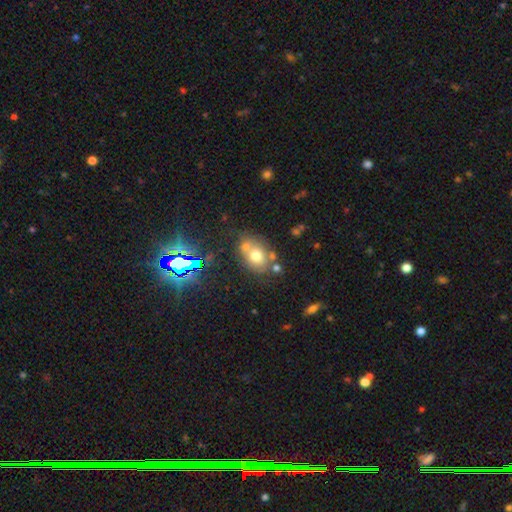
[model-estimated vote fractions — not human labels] Smooth or featured?
  - smooth: 63% *
  - featured or disk: 21%
  - star or artifact: 16%
How rounded?
  - in between: 60% *
  - round: 39%
  - cigar-shaped: 1%
Merging?
  - none: 53% *
  - merger: 27%
  - minor disturbance: 14%
  - major disturbance: 5%